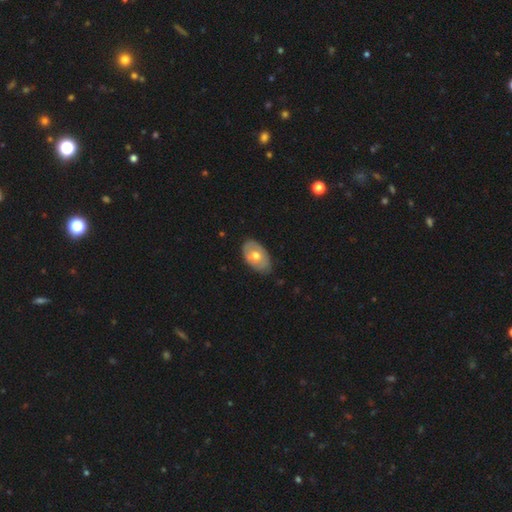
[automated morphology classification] This appears to be a smooth galaxy with no disk features (54%) that is in between round and cigar-shaped (90%). Merging: none (73%).